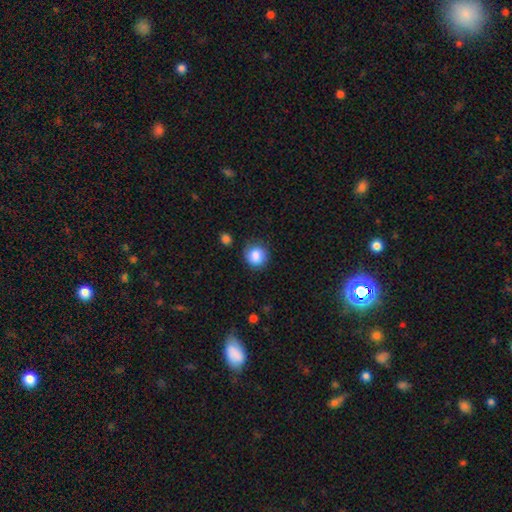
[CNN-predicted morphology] smooth 85%, star or artifact 8%, featured or disk 7%. Down the decision tree: how rounded — round (86%); merging — none (79%).